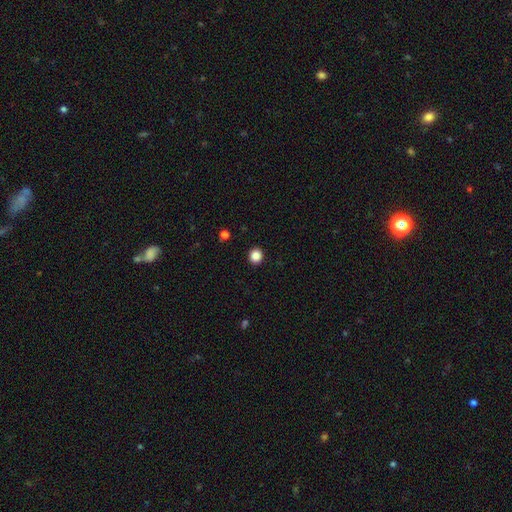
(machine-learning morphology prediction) This is clearly a smooth galaxy (87%). How rounded: clearly round (84%). Merging: clearly none (93%).